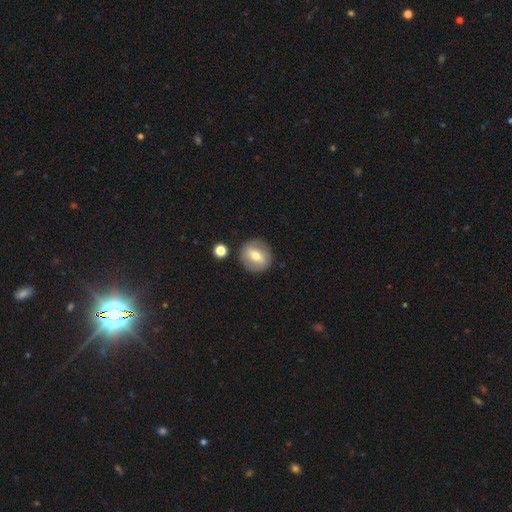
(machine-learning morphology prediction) smooth-or-featured: smooth: 51% | featured or disk: 42% | star or artifact: 8%
  how-rounded: round: 83% | in between: 16% | cigar-shaped: 2%
  merging: none: 85% | minor disturbance: 9% | merger: 3% | major disturbance: 3%